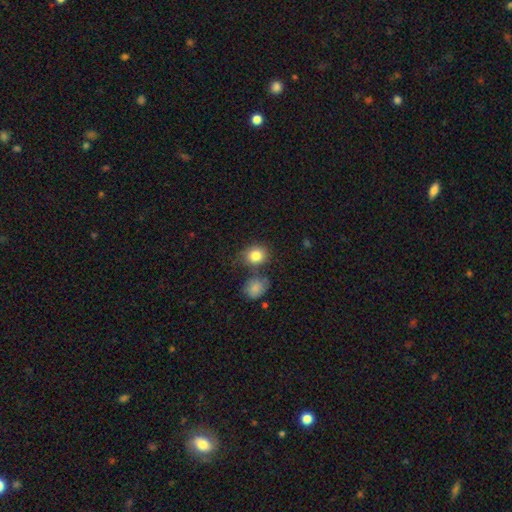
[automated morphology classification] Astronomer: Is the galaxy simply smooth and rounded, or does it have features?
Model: smooth — 84%.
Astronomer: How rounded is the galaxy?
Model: round — 69%.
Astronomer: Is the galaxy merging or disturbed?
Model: none — 65%.